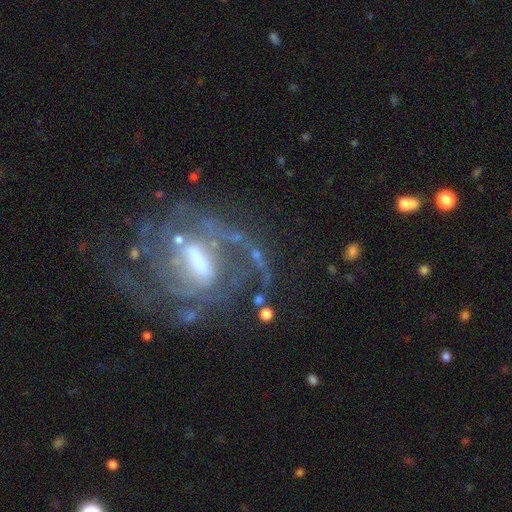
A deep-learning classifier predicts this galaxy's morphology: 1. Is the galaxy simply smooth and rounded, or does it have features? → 84% featured or disk, 9% star or artifact, 7% smooth.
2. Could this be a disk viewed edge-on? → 95% no, 5% yes.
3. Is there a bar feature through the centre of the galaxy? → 46% strong, 41% weak, 13% no.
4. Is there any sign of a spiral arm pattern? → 90% yes, 10% no.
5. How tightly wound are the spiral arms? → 43% medium, 35% tight, 22% loose.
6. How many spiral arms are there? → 38% 2, 29% can't tell, 13% 3, 8% 1, 7% 4, 5% more than 4.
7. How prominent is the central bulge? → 46% moderate, 27% small, 14% large, 11% none, 2% dominant.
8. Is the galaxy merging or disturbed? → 53% none, 25% major disturbance, 17% minor disturbance, 5% merger.